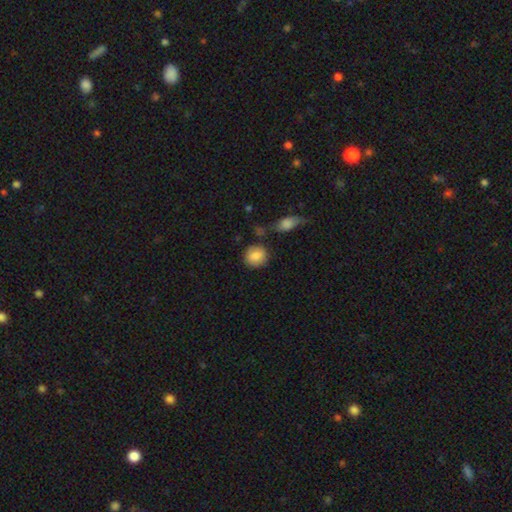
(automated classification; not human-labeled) Q: Smooth or featured?
A: smooth (85%); runner-up: featured or disk (8%)
Q: How rounded?
A: round (84%); runner-up: in between (15%)
Q: Merging?
A: none (74%); runner-up: minor disturbance (14%)